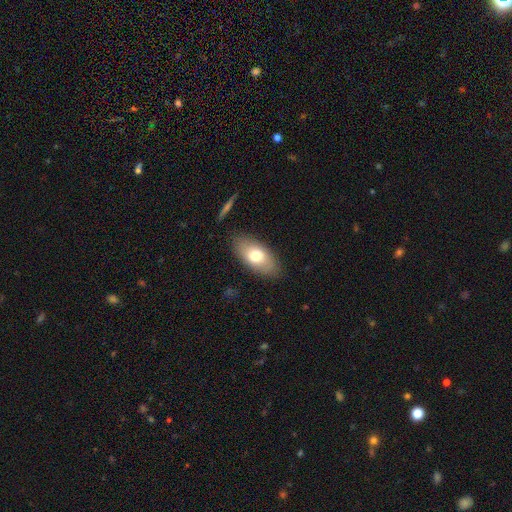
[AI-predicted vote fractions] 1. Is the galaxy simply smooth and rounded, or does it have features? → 71% smooth, 22% featured or disk, 7% star or artifact.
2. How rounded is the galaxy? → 90% in between, 6% cigar-shaped, 4% round.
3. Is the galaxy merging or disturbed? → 84% none, 11% minor disturbance, 3% major disturbance, 2% merger.